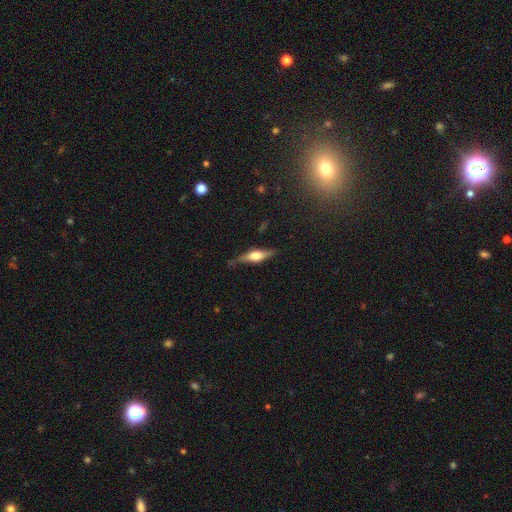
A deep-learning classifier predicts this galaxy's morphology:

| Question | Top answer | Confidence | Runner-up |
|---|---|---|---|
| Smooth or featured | featured or disk | 58% | smooth (35%) |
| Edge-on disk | yes | 92% | no (8%) |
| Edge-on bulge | rounded | 86% | boxy (11%) |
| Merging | none | 72% | minor disturbance (21%) |